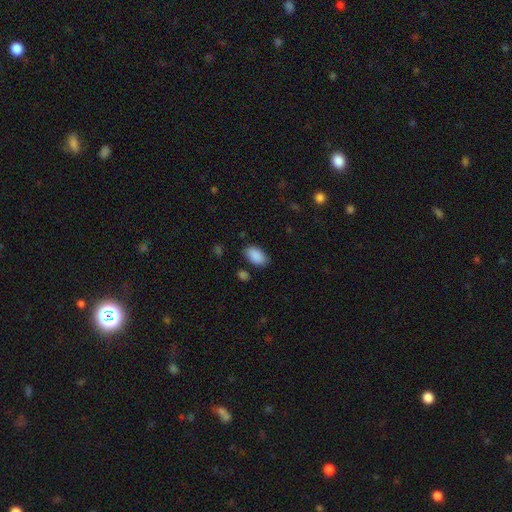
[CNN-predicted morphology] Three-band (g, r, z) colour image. It shows a smooth galaxy with no disk features (90%) that is in between round and cigar-shaped (93%). Merging: none (82%).